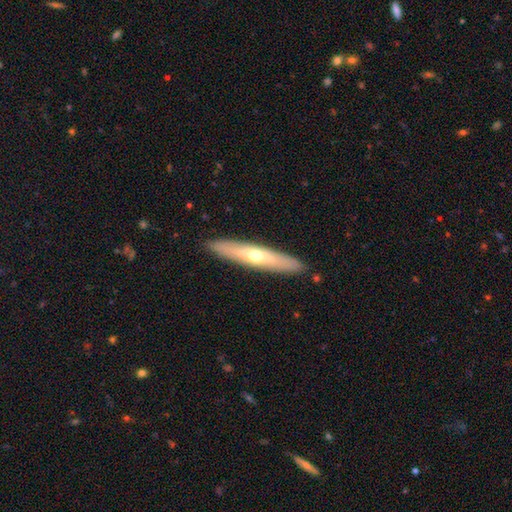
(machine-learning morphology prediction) A featured or disk galaxy (56%) viewed edge-on (84%). Merging: none (91%).